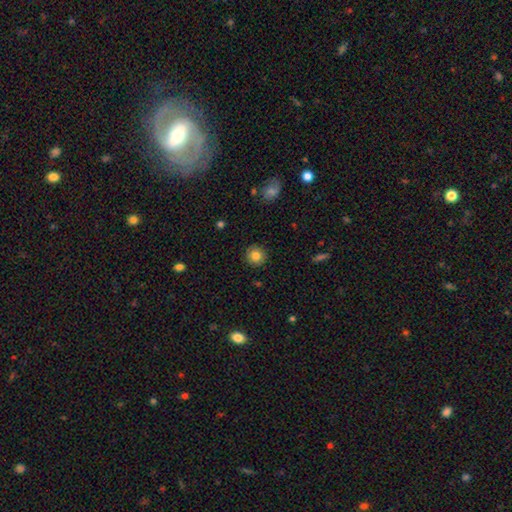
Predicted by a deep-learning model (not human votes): Morphology: type=smooth (83%); roundness=round (92%); merging=none (90%).